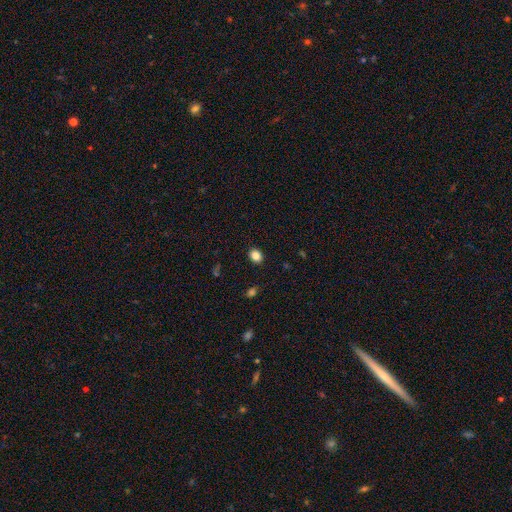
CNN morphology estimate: A smooth galaxy with no disk features (86%) that is in between round and cigar-shaped (52%).

Vote fractions:
- Smooth or featured? smooth: 86% / star or artifact: 10% / featured or disk: 4%
- How rounded? in between: 52% / round: 47% / cigar-shaped: 1%
- Merging? none: 89% / minor disturbance: 8% / major disturbance: 2% / merger: 1%